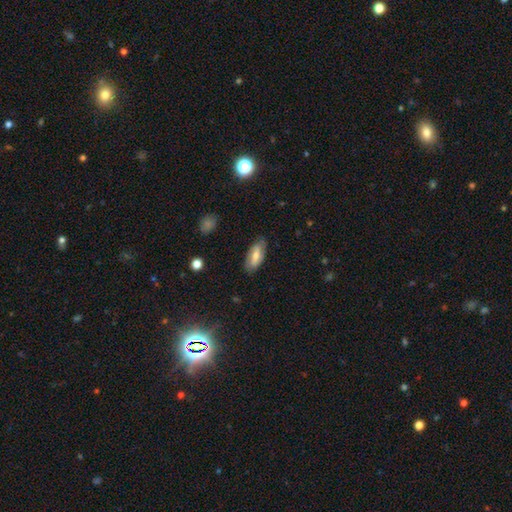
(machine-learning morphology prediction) smooth_or_featured: featured or disk (p=0.49) [alt: smooth p=0.44]
merging: none (p=0.81) [alt: minor disturbance p=0.14]